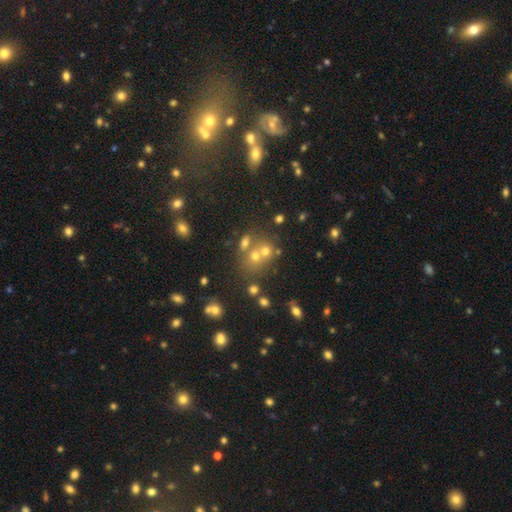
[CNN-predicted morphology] Smooth or featured: smooth — 49% (star or artifact — 32%)
Merging: none — 47% (merger — 40%)